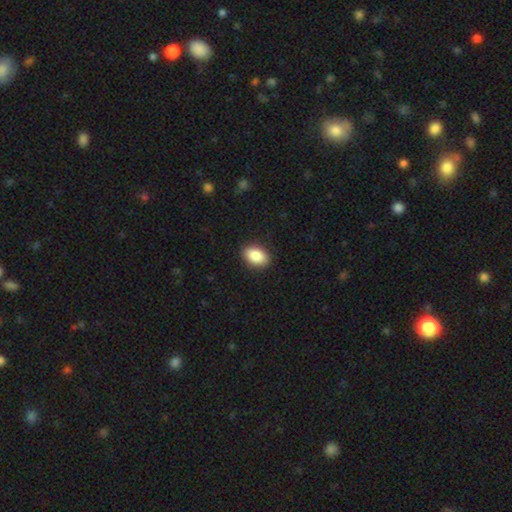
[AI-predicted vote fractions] A smooth galaxy with no disk features (88%) that is in between round and cigar-shaped (89%). Merging: none (90%).